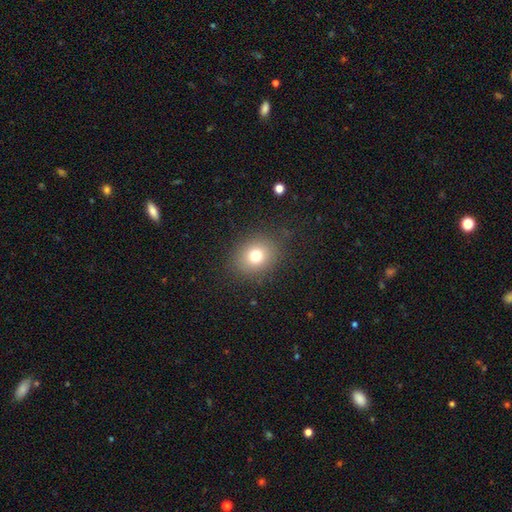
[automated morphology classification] The model was most divided on "how rounded": round: 67%, in between: 32%, cigar-shaped: 1%. More confident: merging — none (86%); smooth or featured — smooth (74%).